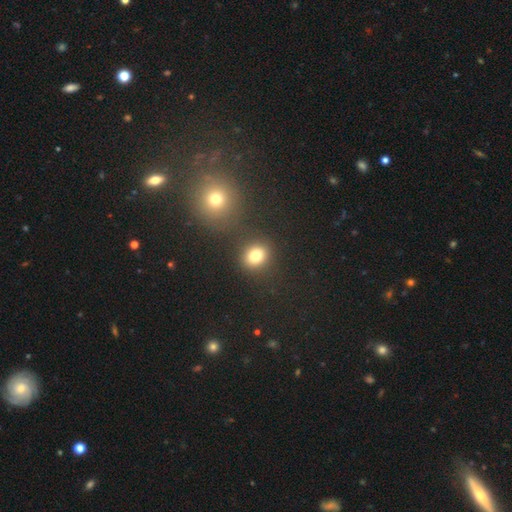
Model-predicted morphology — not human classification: smooth_or_featured: smooth (p=0.80) [alt: star or artifact p=0.14]
how_rounded: round (p=0.70) [alt: in between p=0.29]
merging: none (p=0.81) [alt: minor disturbance p=0.09]